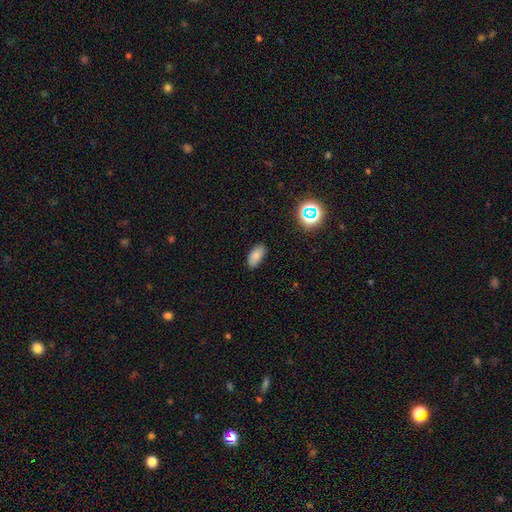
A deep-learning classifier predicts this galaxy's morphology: type=smooth (82%); roundness=in between (91%); merging=none (82%).